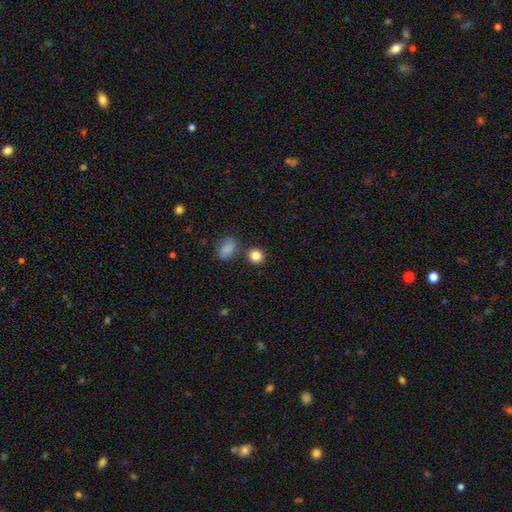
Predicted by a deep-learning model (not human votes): smooth_or_featured: smooth (p=0.85) [alt: star or artifact p=0.11]
how_rounded: round (p=0.81) [alt: in between p=0.18]
merging: none (p=0.78) [alt: merger p=0.10]